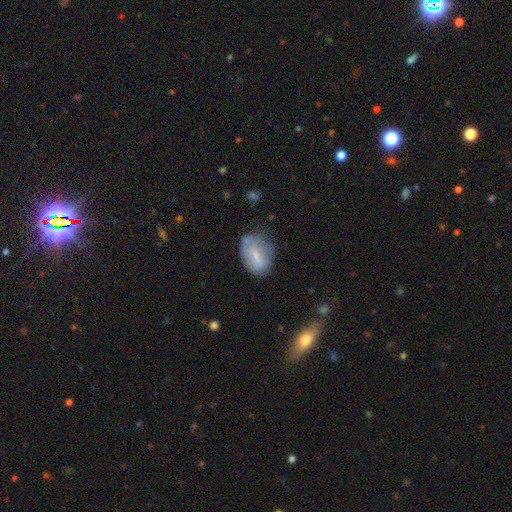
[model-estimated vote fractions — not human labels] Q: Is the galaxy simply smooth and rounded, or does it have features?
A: smooth — 59%.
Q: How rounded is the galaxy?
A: in between — 84%.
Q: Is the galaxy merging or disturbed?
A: none — 62%.